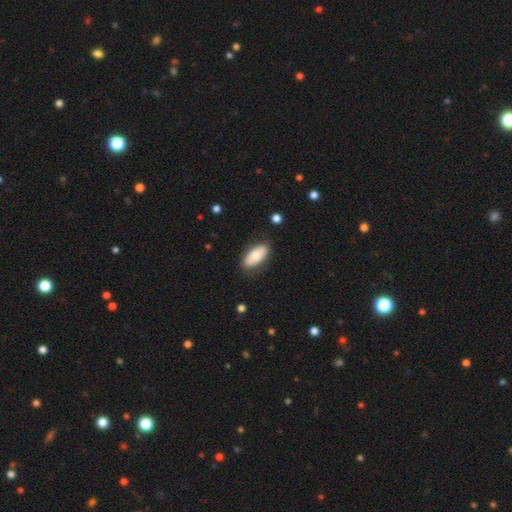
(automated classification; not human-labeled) Smooth or featured: smooth — 67% (featured or disk — 27%)
How rounded: in between — 91% (cigar-shaped — 6%)
Merging: none — 83% (minor disturbance — 13%)